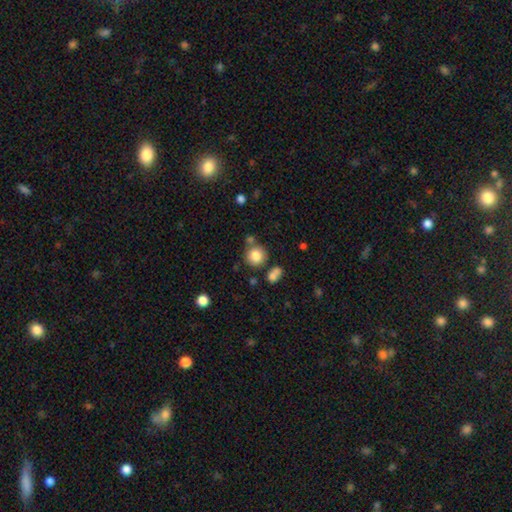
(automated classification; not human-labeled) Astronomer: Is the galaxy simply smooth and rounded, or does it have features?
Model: smooth — 82%.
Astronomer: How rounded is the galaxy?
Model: round — 91%.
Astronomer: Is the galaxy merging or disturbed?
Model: none — 72%.